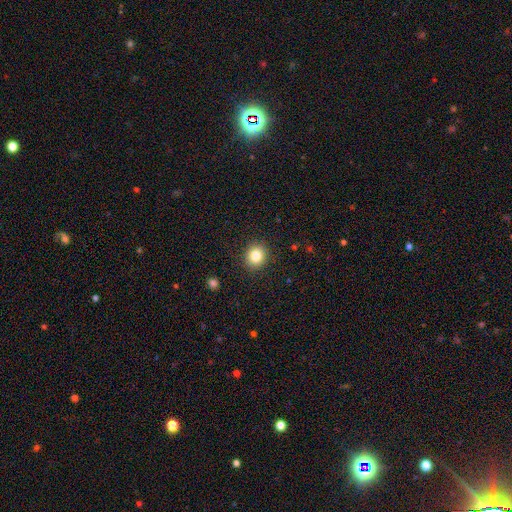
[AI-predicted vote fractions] Smooth or featured? smooth (83%)
How rounded? round (80%)
Merging? none (91%)